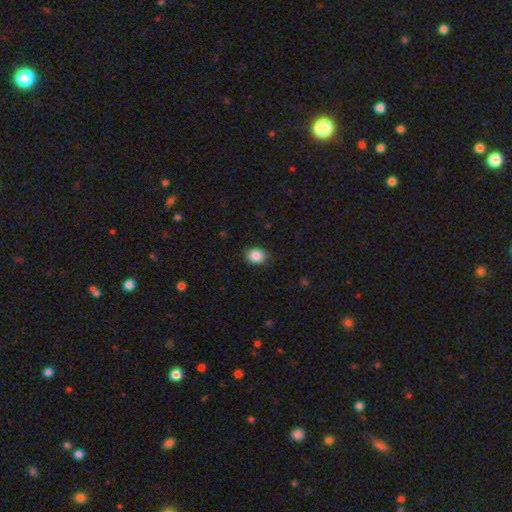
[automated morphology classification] A smooth galaxy with no disk features (88%) that is in between round and cigar-shaped (54%).

Vote fractions:
- Smooth or featured? smooth: 88% / star or artifact: 8% / featured or disk: 4%
- How rounded? in between: 54% / round: 45% / cigar-shaped: 1%
- Merging? none: 89% / minor disturbance: 8% / major disturbance: 2% / merger: 1%